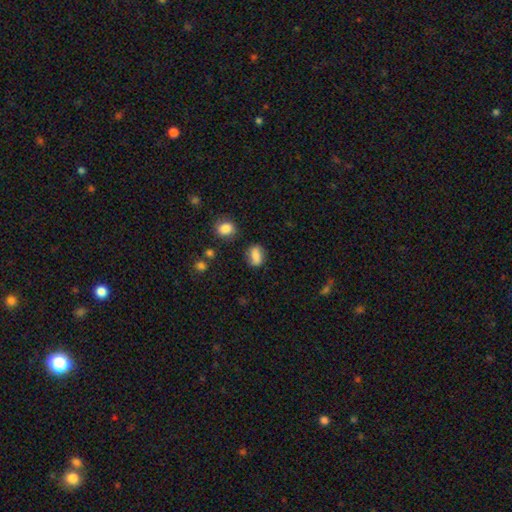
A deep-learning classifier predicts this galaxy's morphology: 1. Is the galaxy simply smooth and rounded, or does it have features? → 78% smooth, 13% featured or disk, 10% star or artifact.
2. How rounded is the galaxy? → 74% in between, 21% round, 5% cigar-shaped.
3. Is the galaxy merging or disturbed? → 72% none, 18% minor disturbance, 5% major disturbance, 4% merger.